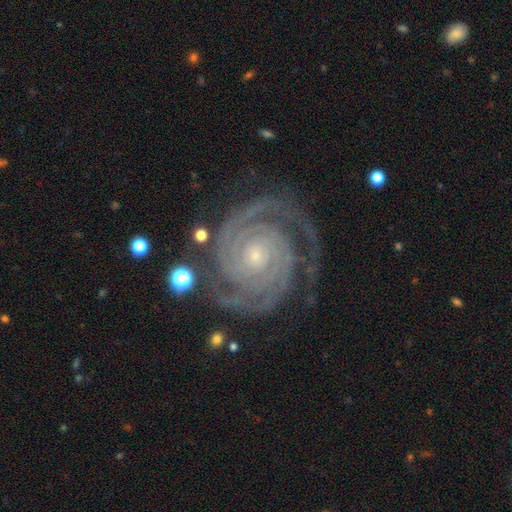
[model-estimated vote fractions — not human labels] A featured or disk galaxy (94%) with no bar (71%), 2 (68%) tight (85%) spiral arms (99%) and a small central bulge (76%). Merging: none (80%).